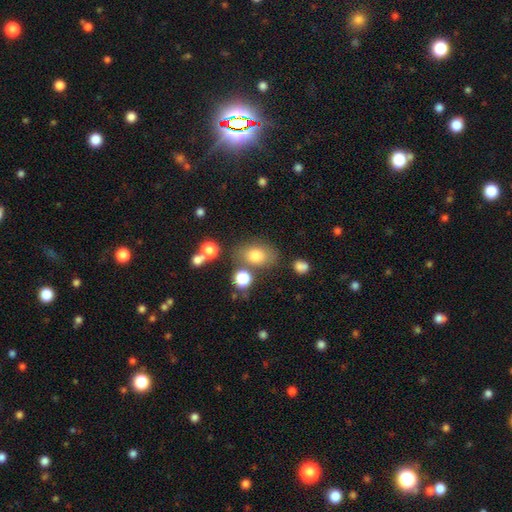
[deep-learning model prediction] Smooth or featured: smooth — 76% (star or artifact — 12%)
How rounded: in between — 72% (round — 27%)
Merging: none — 68% (minor disturbance — 15%)